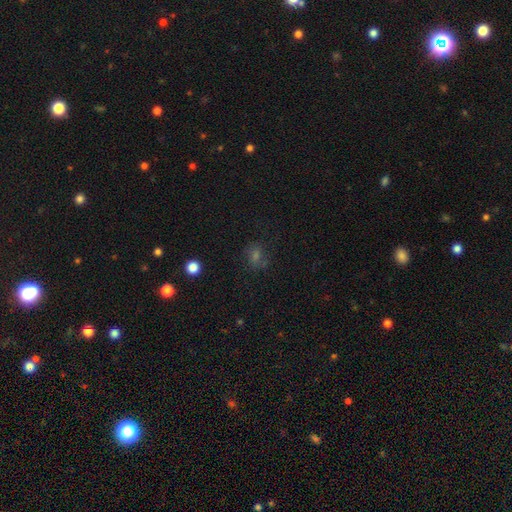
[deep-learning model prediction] A smooth galaxy with no disk features (46%). Merging: none (68%).